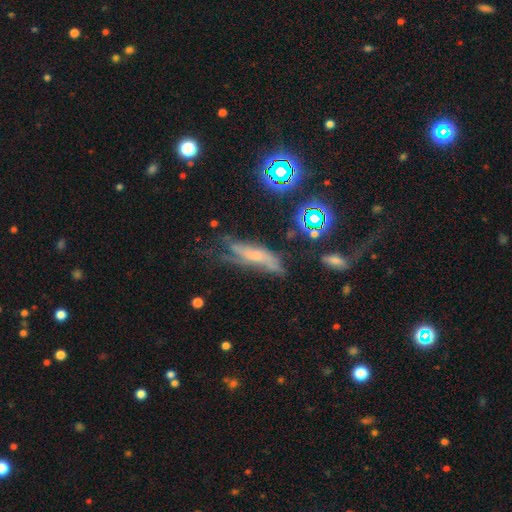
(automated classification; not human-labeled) This appears to be a featured or disk galaxy (51%). Merging: none (42%).